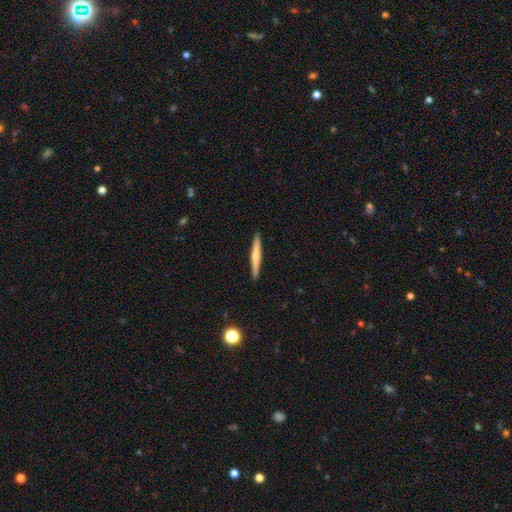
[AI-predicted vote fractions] A smooth galaxy with no disk features (54%) that is cigar-shaped (96%).

Vote fractions:
- Smooth or featured? smooth: 54% / featured or disk: 41% / star or artifact: 5%
- How rounded? cigar-shaped: 96% / in between: 3% / round: 1%
- Merging? none: 92% / minor disturbance: 6% / major disturbance: 1% / merger: 1%